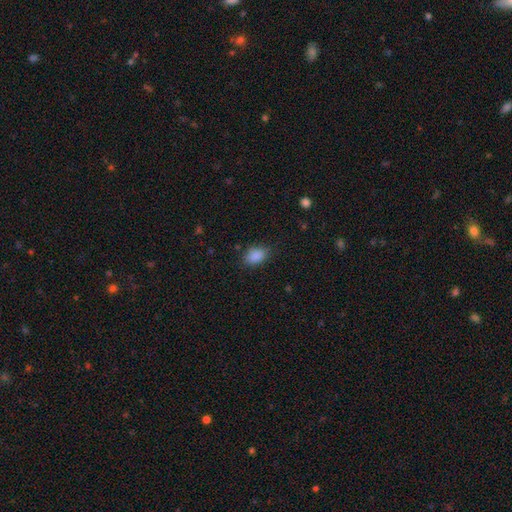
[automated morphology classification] This is clearly a smooth galaxy (87%). How rounded: clearly in between (83%). Merging: likely none (77%).